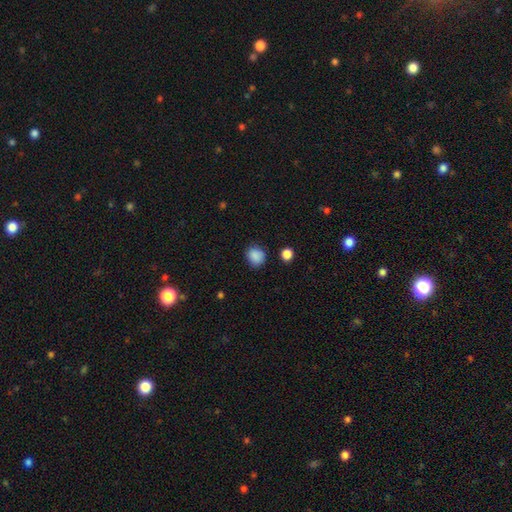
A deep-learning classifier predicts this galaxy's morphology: Smooth or featured?
  - smooth: 88% *
  - star or artifact: 9%
  - featured or disk: 3%
How rounded?
  - round: 78% *
  - in between: 21%
  - cigar-shaped: 1%
Merging?
  - none: 82% *
  - minor disturbance: 12%
  - major disturbance: 3%
  - merger: 2%